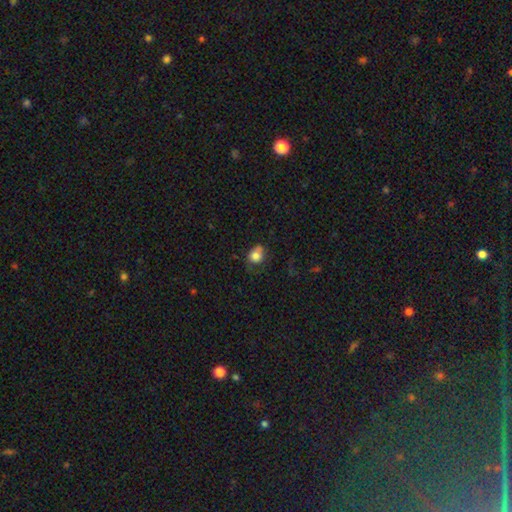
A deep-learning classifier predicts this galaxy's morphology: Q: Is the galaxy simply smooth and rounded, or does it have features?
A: smooth — 78%.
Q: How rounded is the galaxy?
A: round — 56%.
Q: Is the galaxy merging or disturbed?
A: none — 44%.